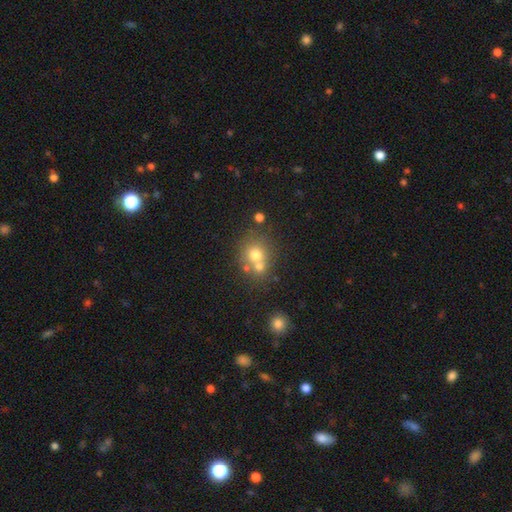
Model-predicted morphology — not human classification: A smooth galaxy with no disk features (66%) that is round (82%). Merging: none (45%).